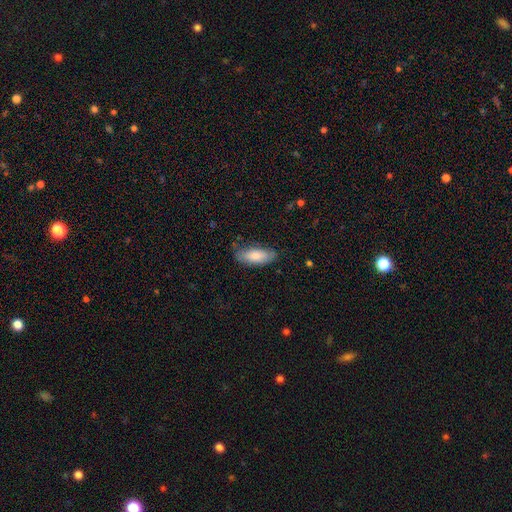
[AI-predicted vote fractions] Overall: smooth (80%). How rounded: in between (79%). Merging: none (75%).